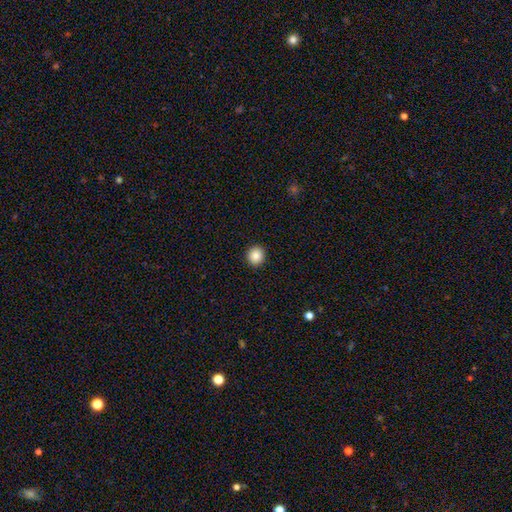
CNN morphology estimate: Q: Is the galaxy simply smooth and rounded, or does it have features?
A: smooth — 87%.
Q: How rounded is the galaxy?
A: round — 89%.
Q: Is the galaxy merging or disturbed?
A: none — 93%.